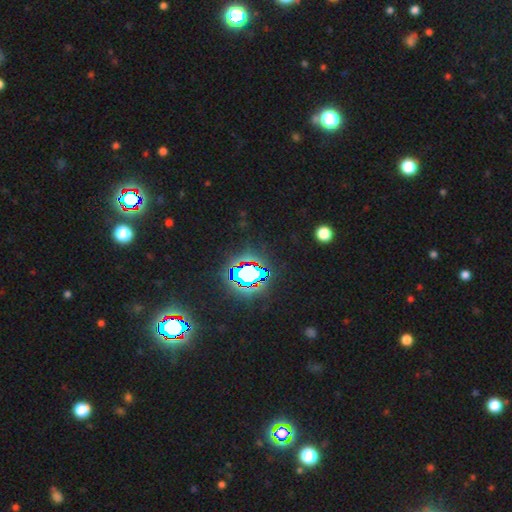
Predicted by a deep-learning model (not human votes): Morphology: type=star or artifact (82%).